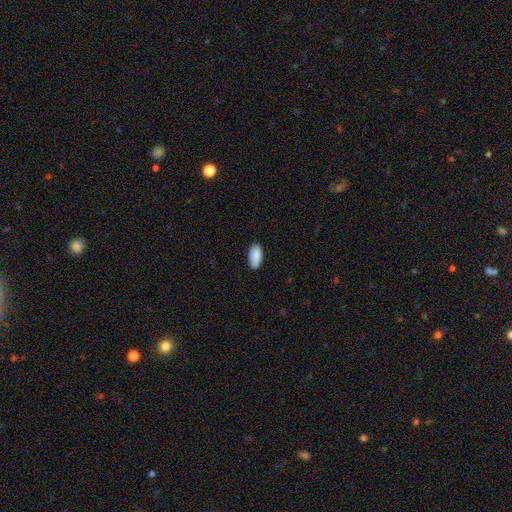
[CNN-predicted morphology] Smooth or featured? smooth (90%)
How rounded? in between (92%)
Merging? none (85%)